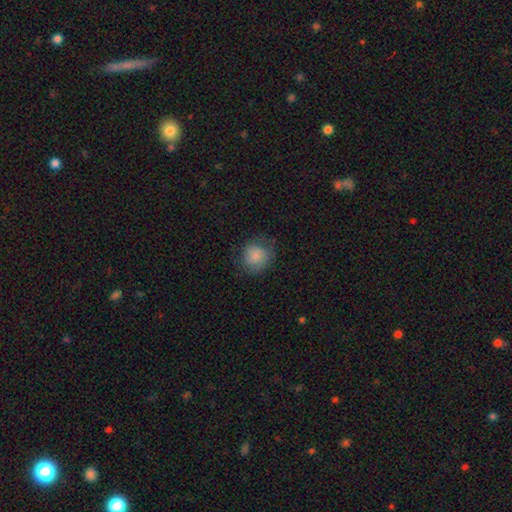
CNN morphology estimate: A smooth galaxy with no disk features (83%) that is round (82%). Merging: none (68%).